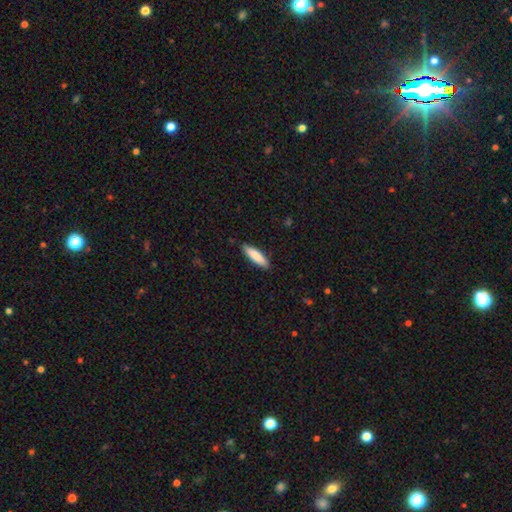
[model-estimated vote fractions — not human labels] smooth_or_featured: smooth (p=0.86) [alt: featured or disk p=0.09]
how_rounded: cigar-shaped (p=0.65) [alt: in between p=0.33]
merging: none (p=0.88) [alt: minor disturbance p=0.09]